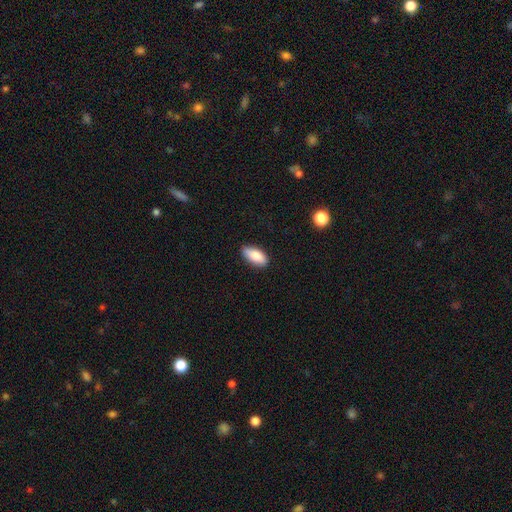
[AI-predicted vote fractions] A smooth galaxy with no disk features (85%) that is in between round and cigar-shaped (88%). Merging: none (83%).